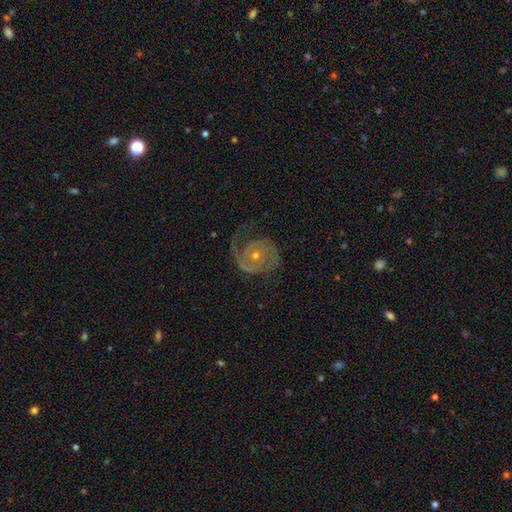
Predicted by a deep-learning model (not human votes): The model was most divided on "bulge size": small: 55%, moderate: 42%, large: 1%, none: 1%, dominant: 1%. More confident: edge-on disk — no (98%); spiral arms — yes (95%); smooth or featured — featured or disk (87%); bar — no (75%); merging — none (64%); spiral winding — tight (56%); spiral arm count — 2 (54%).